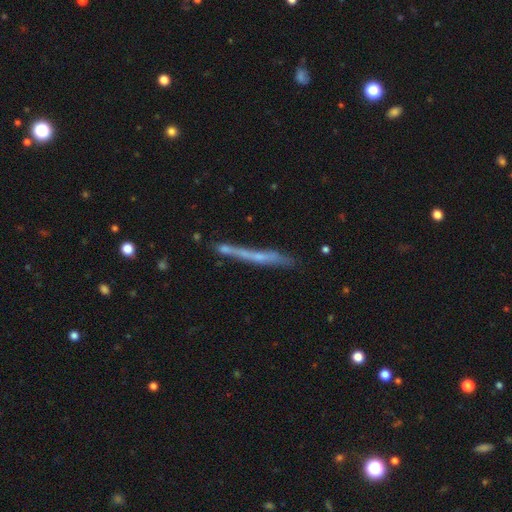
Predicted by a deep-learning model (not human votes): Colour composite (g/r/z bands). It shows a featured or disk galaxy (55%) viewed edge-on (91%) with no central bulge (75%). Merging: none (70%).